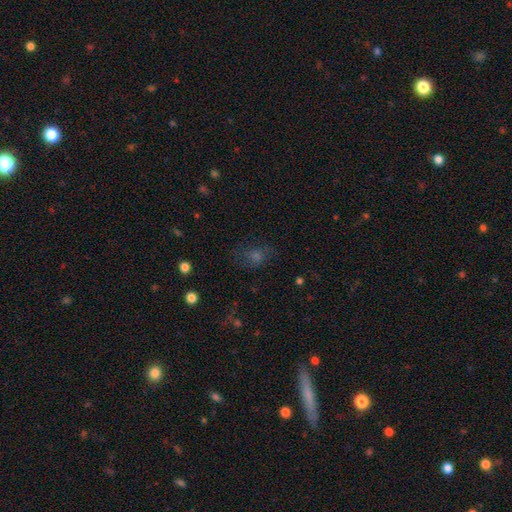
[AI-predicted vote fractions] Smooth or featured: smooth — 50% (star or artifact — 34%)
Merging: none — 68% (minor disturbance — 18%)